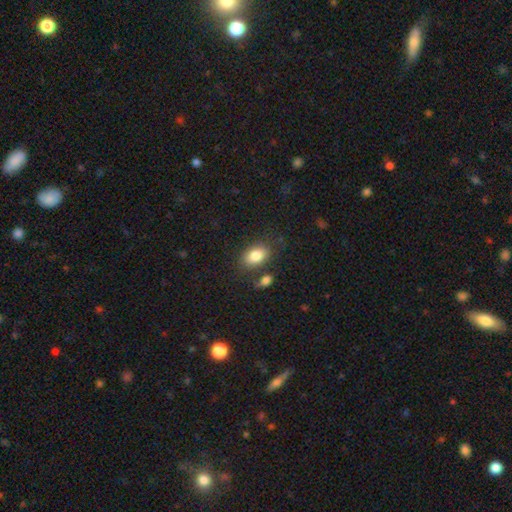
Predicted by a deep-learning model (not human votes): A smooth galaxy with no disk features (83%) that is in between round and cigar-shaped (86%).

Vote fractions:
- Smooth or featured? smooth: 83% / featured or disk: 9% / star or artifact: 8%
- How rounded? in between: 86% / round: 12% / cigar-shaped: 1%
- Merging? none: 72% / minor disturbance: 14% / merger: 9% / major disturbance: 5%